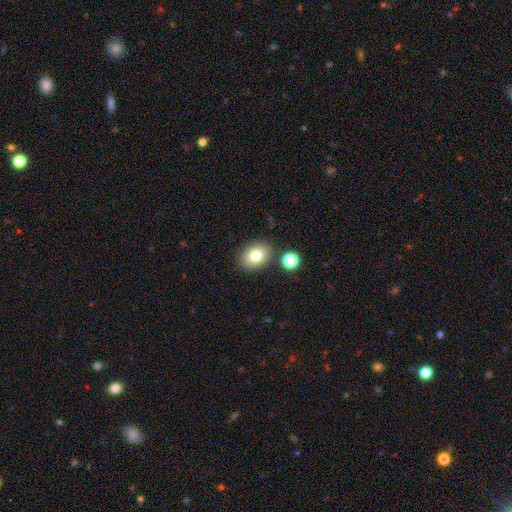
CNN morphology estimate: Smooth or featured? Predicted: smooth (p=0.78). How rounded? Predicted: in between (p=0.68). Merging? Predicted: none (p=0.82).